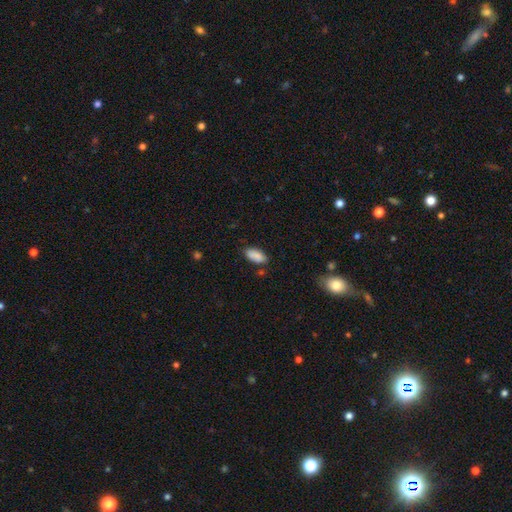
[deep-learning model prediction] smooth_or_featured: smooth (p=0.89) [alt: star or artifact p=0.07]
how_rounded: in between (p=0.89) [alt: cigar-shaped p=0.09]
merging: none (p=0.80) [alt: minor disturbance p=0.14]